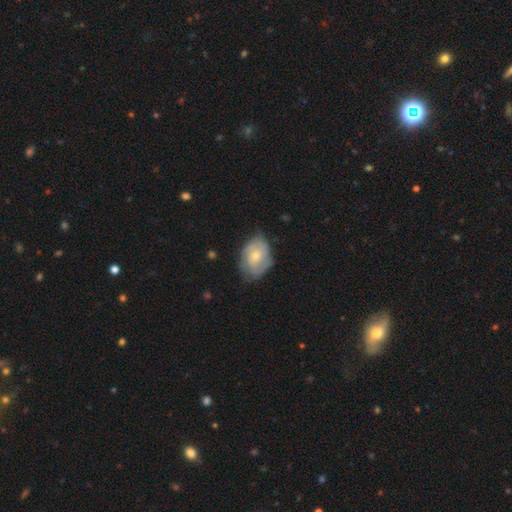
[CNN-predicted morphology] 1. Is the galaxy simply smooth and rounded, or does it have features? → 52% featured or disk, 42% smooth, 6% star or artifact.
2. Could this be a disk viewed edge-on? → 96% no, 4% yes.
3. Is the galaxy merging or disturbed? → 61% none, 30% minor disturbance, 8% major disturbance, 1% merger.